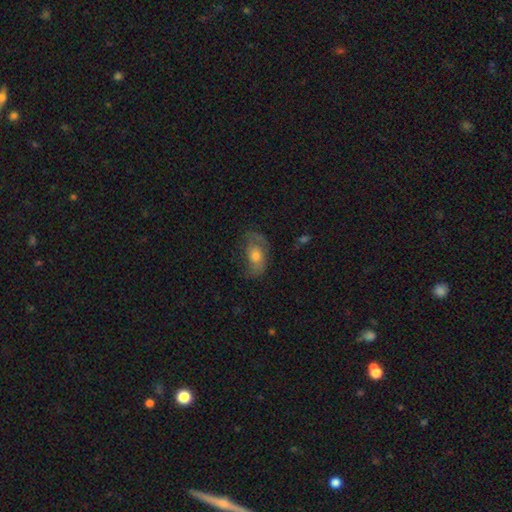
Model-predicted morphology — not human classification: Smooth or featured: smooth — 46% (featured or disk — 44%)
Merging: none — 52% (minor disturbance — 26%)